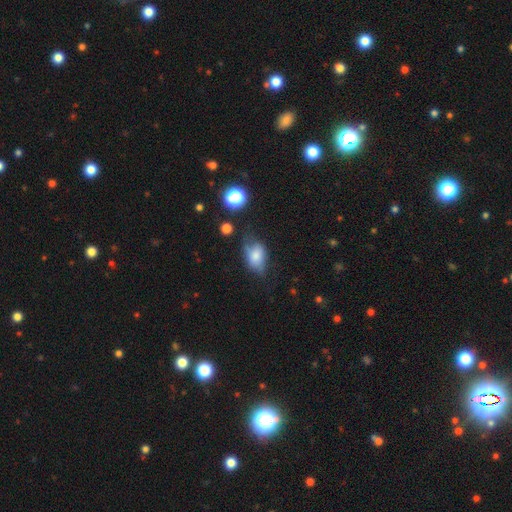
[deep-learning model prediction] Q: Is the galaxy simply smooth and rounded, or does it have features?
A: smooth — 72%.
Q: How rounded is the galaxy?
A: in between — 83%.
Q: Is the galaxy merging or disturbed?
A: none — 42%.